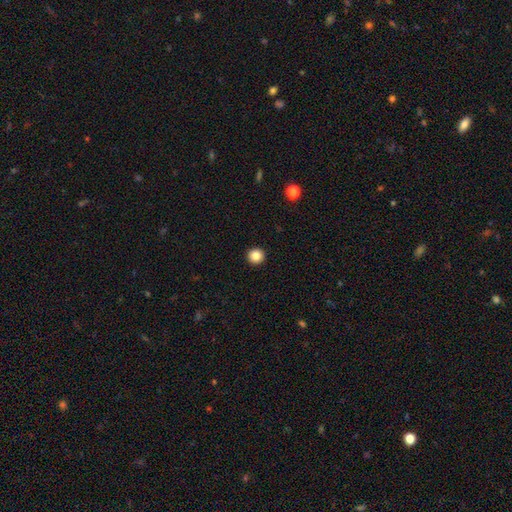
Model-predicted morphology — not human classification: Smooth or featured?
  - smooth: 86% *
  - star or artifact: 10%
  - featured or disk: 4%
How rounded?
  - round: 95% *
  - in between: 4%
  - cigar-shaped: 1%
Merging?
  - none: 94% *
  - minor disturbance: 4%
  - major disturbance: 1%
  - merger: 1%